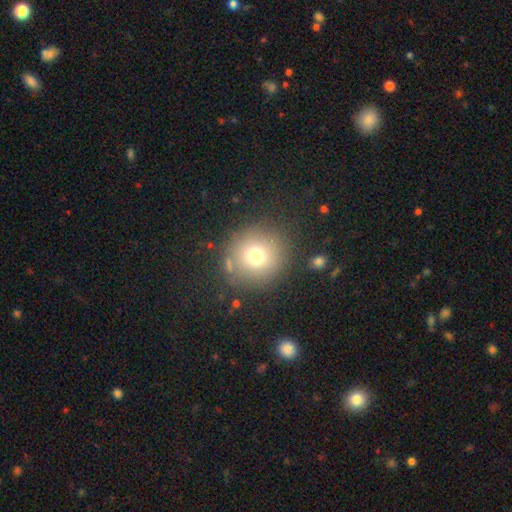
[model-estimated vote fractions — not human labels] smooth 73%, star or artifact 16%, featured or disk 11%. Down the decision tree: how rounded — round (94%); merging — none (83%).